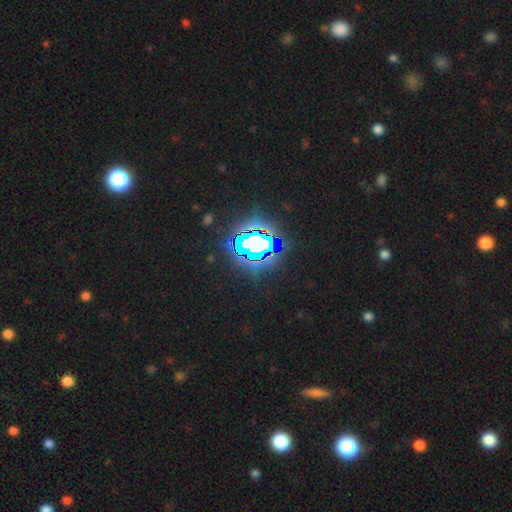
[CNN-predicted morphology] smooth-or-featured: star or artifact: 80% | smooth: 13% | featured or disk: 7%